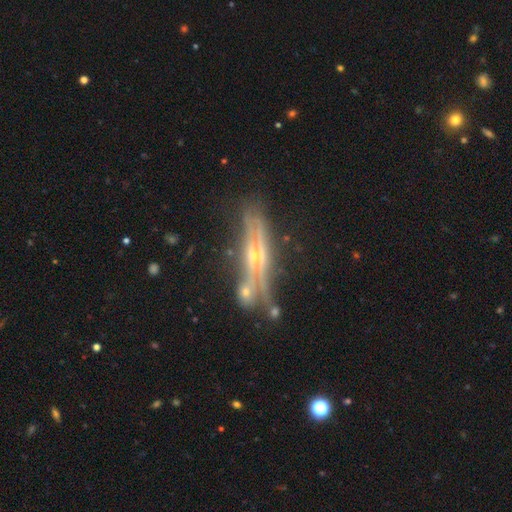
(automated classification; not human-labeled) A featured or disk galaxy (79%) viewed edge-on (84%) with a rounded central bulge (79%). Merging: none (56%).